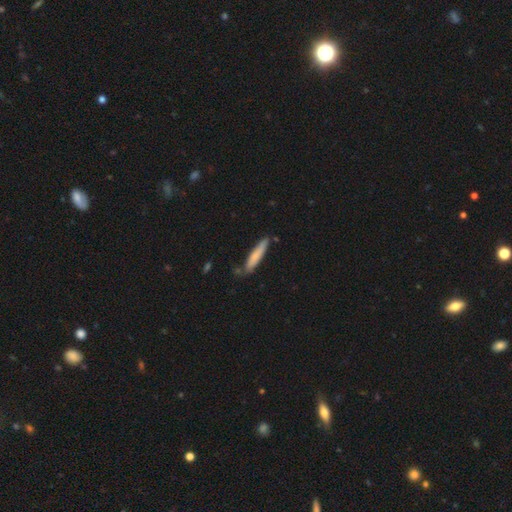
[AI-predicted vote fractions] The model was most divided on "smooth or featured": smooth: 76%, featured or disk: 19%, star or artifact: 5%. More confident: how rounded — cigar-shaped (91%); merging — none (77%).